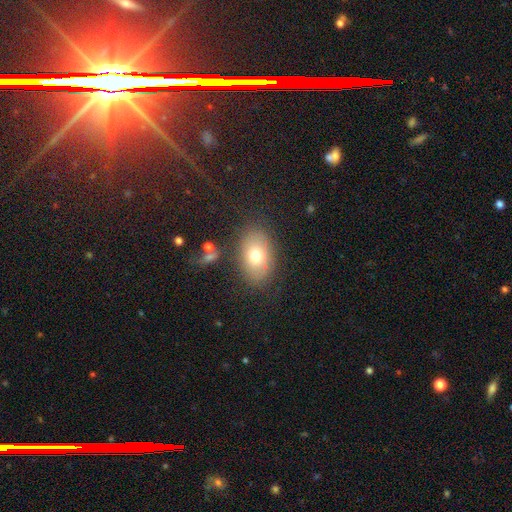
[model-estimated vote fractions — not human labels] Smooth or featured? Predicted: smooth (p=0.69). How rounded? Predicted: in between (p=0.84). Merging? Predicted: none (p=0.76).